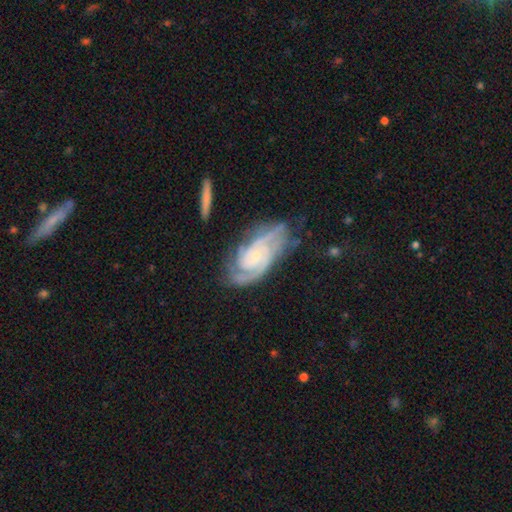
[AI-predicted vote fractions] This is clearly a featured or disk galaxy (89%). It is clearly not viewed edge-on (96%). Bar: likely no (65%). Spiral arm pattern: clearly yes (98%). Spiral arm count: possibly 2 (48%). Spiral winding: likely tight (64%). Central bulge: likely small (73%). Merging: likely none (65%).